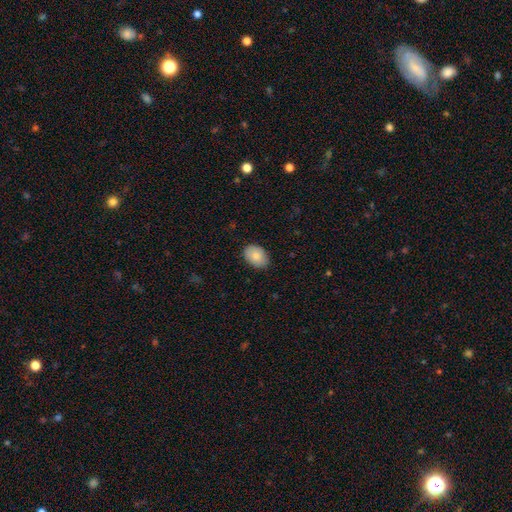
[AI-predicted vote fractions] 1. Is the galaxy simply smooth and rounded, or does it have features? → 83% smooth, 10% featured or disk, 7% star or artifact.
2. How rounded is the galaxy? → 81% in between, 18% round, 1% cigar-shaped.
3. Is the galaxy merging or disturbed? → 85% none, 12% minor disturbance, 2% major disturbance, 1% merger.